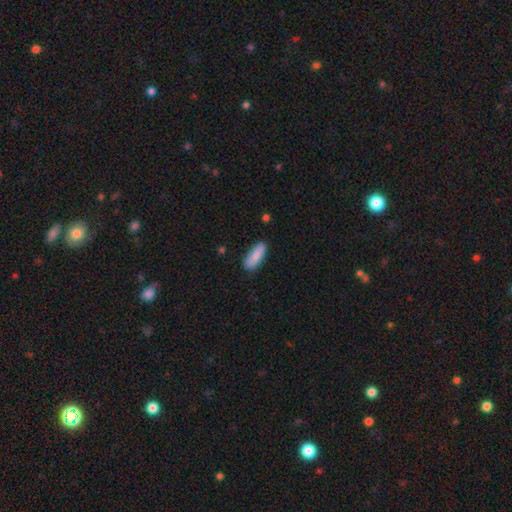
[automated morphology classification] Q: Smooth or featured?
A: smooth (85%); runner-up: featured or disk (9%)
Q: How rounded?
A: in between (62%); runner-up: cigar-shaped (36%)
Q: Merging?
A: none (79%); runner-up: minor disturbance (16%)